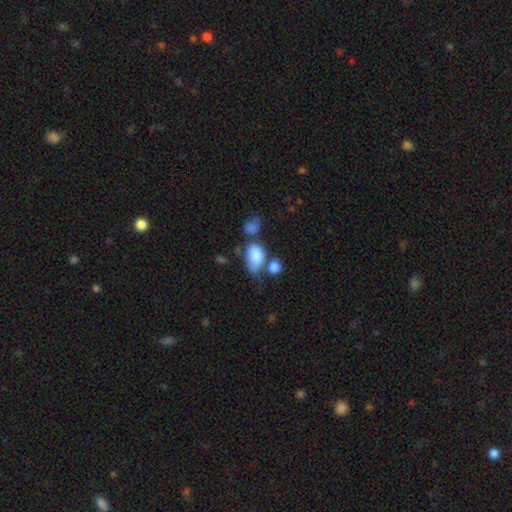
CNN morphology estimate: Q: Smooth or featured?
A: smooth (82%); runner-up: featured or disk (11%)
Q: How rounded?
A: in between (86%); runner-up: round (13%)
Q: Merging?
A: merger (36%); runner-up: none (31%)